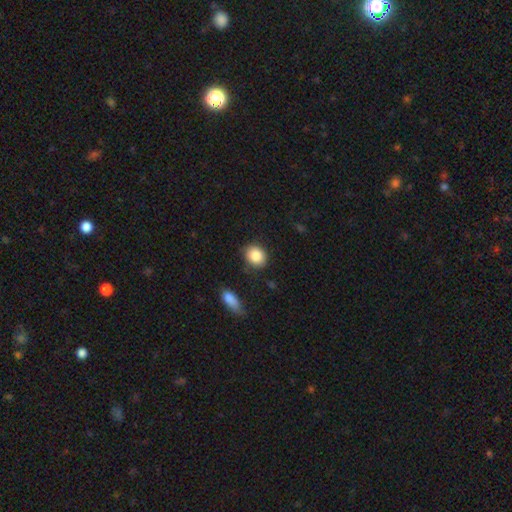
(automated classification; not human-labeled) smooth-or-featured: smooth: 86% | star or artifact: 8% | featured or disk: 6%
  how-rounded: round: 57% | in between: 42% | cigar-shaped: 1%
  merging: none: 82% | minor disturbance: 12% | merger: 3% | major disturbance: 3%